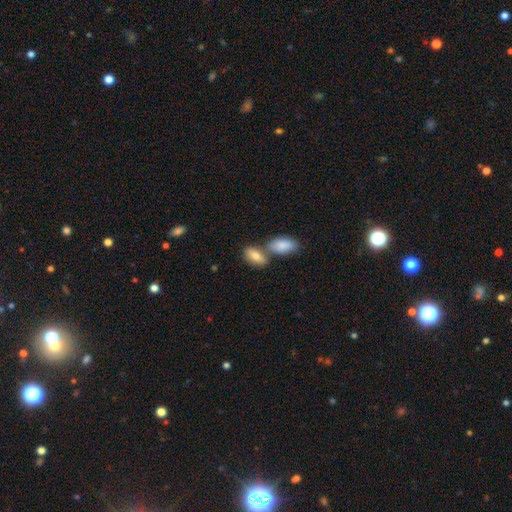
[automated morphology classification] A smooth galaxy with no disk features (82%) that is in between round and cigar-shaped (90%).

Vote fractions:
- Smooth or featured? smooth: 82% / featured or disk: 12% / star or artifact: 7%
- How rounded? in between: 90% / cigar-shaped: 5% / round: 5%
- Merging? none: 44% / merger: 43% / minor disturbance: 10% / major disturbance: 3%